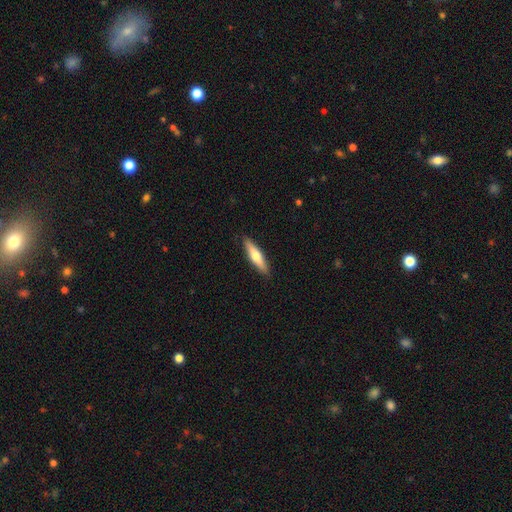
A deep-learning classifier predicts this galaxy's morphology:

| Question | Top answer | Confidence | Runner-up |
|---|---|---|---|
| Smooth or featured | smooth | 55% | featured or disk (40%) |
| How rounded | cigar-shaped | 76% | in between (22%) |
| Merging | none | 90% | minor disturbance (7%) |